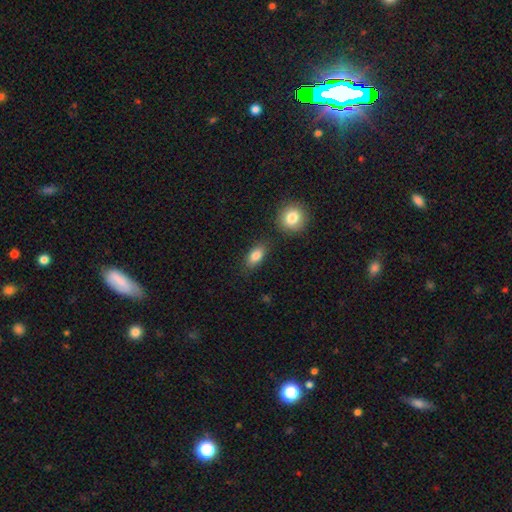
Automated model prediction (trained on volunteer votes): smooth 84%, featured or disk 8%, star or artifact 8%. Down the decision tree: how rounded — in between (88%); merging — none (79%).